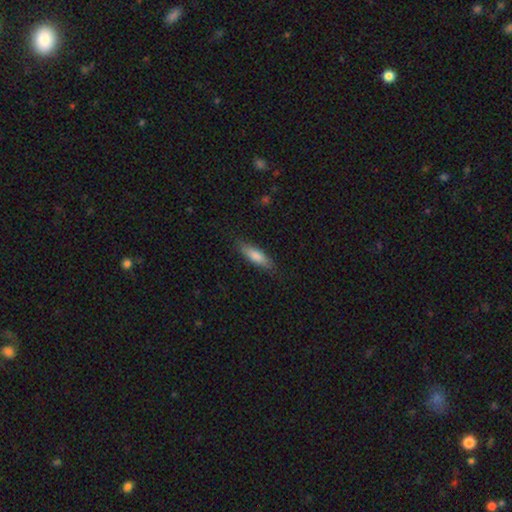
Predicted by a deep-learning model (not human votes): Smooth or featured? Predicted: smooth (p=0.74). How rounded? Predicted: cigar-shaped (p=0.66). Merging? Predicted: none (p=0.84).